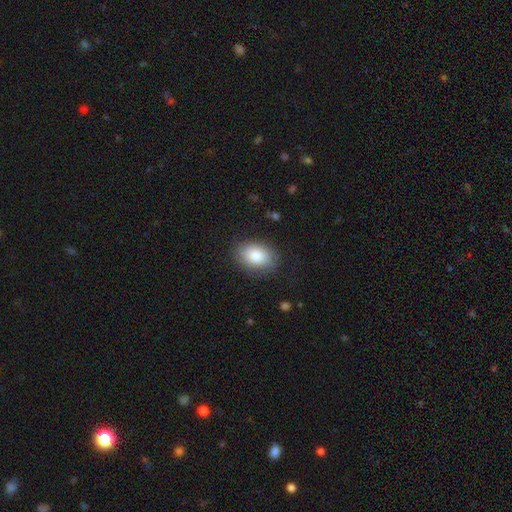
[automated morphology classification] Smooth or featured: smooth — 87% (star or artifact — 7%)
How rounded: in between — 85% (round — 14%)
Merging: none — 82% (minor disturbance — 13%)